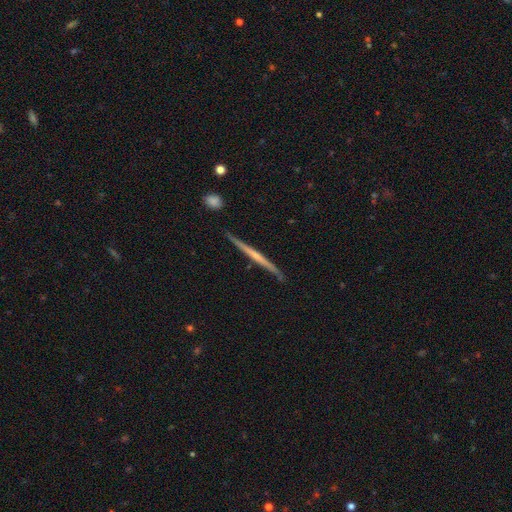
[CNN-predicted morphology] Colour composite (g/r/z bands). It shows a featured or disk galaxy (66%) viewed edge-on (98%) with no central bulge (66%). Merging: none (88%).